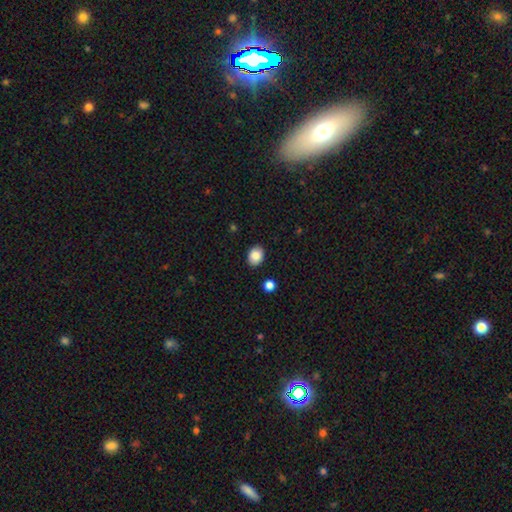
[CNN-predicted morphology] Smooth or featured? Predicted: smooth (p=0.86). How rounded? Predicted: in between (p=0.57). Merging? Predicted: none (p=0.88).